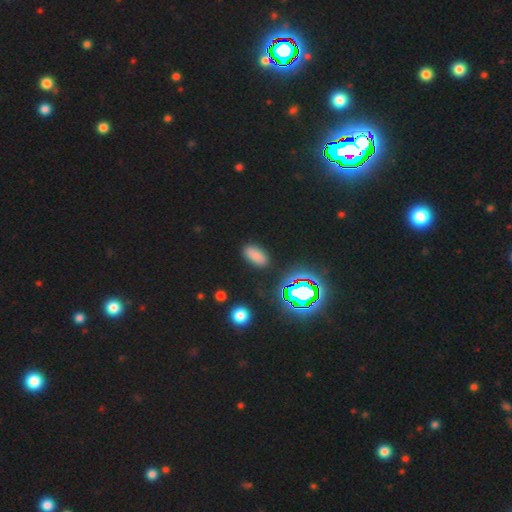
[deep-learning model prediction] A smooth galaxy with no disk features (70%) that is in between round and cigar-shaped (91%). Merging: none (87%).